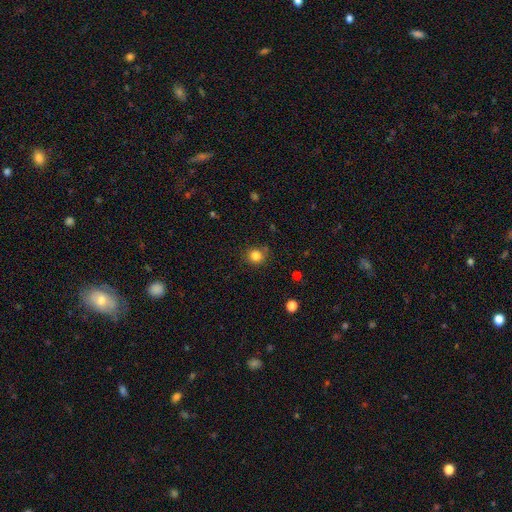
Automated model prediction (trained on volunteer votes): Overall: smooth (83%). How rounded: round (89%). Merging: none (83%).